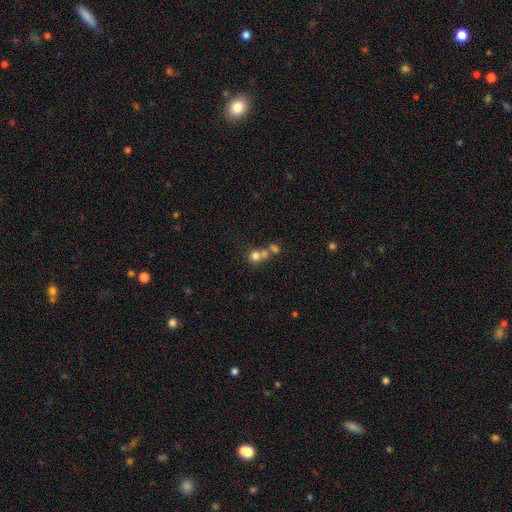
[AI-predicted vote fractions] A smooth galaxy with no disk features (73%) that is round (84%).

Vote fractions:
- Smooth or featured? smooth: 73% / star or artifact: 14% / featured or disk: 13%
- How rounded? round: 84% / in between: 15% / cigar-shaped: 1%
- Merging? merger: 50% / none: 39% / minor disturbance: 7% / major disturbance: 5%